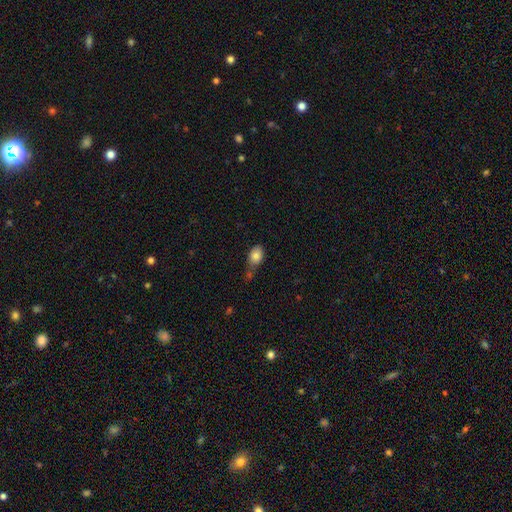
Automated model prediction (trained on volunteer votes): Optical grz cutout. It shows a smooth galaxy with no disk features (84%) that is in between round and cigar-shaped (79%). Merging: none (44%).